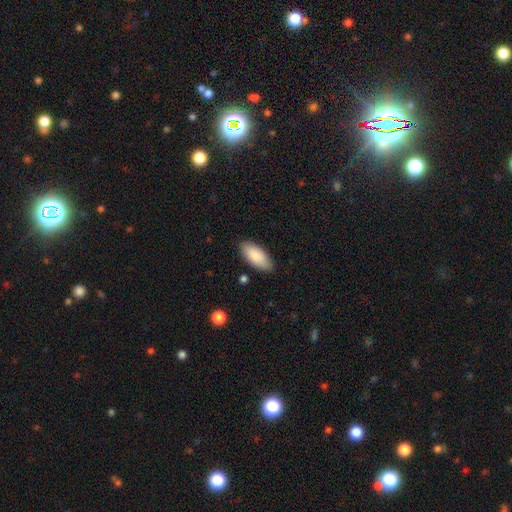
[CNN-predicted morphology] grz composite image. It shows a smooth galaxy with no disk features (88%) that is in between round and cigar-shaped (89%). Merging: none (86%).